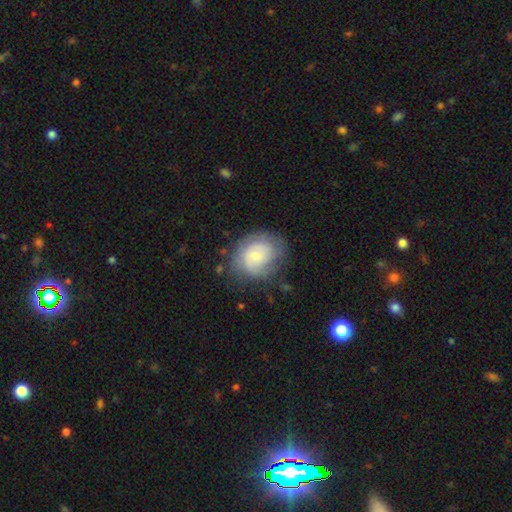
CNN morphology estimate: type=featured or disk (50%); edge-on=no (97%); merging=none (65%).